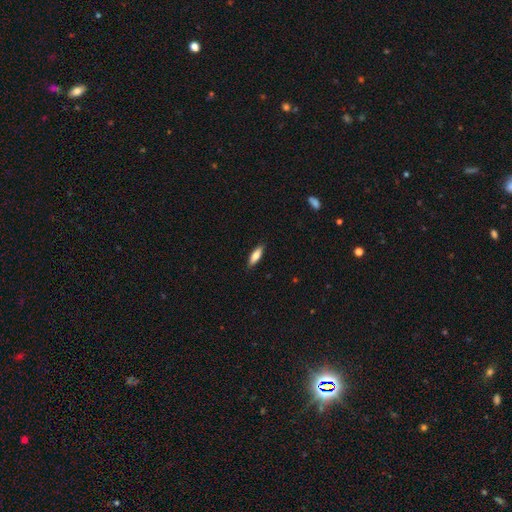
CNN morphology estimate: Smooth or featured? smooth (79%)
How rounded? in between (52%)
Merging? none (88%)